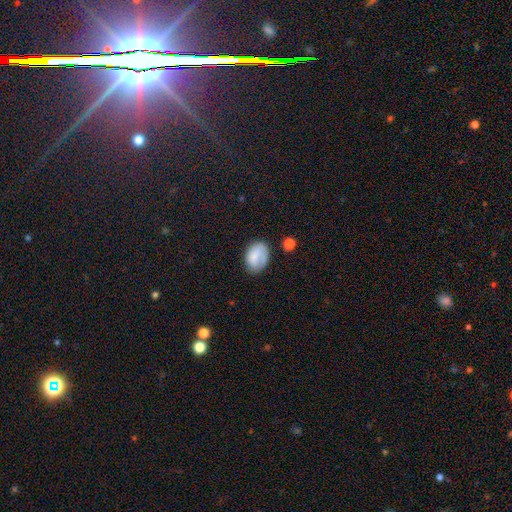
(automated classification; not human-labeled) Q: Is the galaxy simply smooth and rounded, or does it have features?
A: smooth — 76%.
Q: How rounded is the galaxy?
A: in between — 76%.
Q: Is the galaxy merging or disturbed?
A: none — 63%.